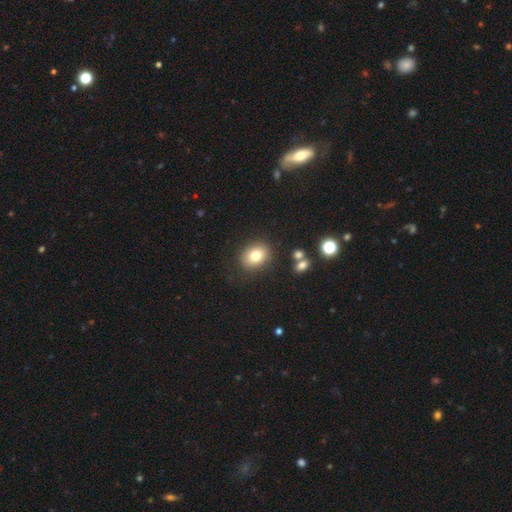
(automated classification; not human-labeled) Overall: smooth (80%). How rounded: round (51%; in between 48%). Merging: none (83%).